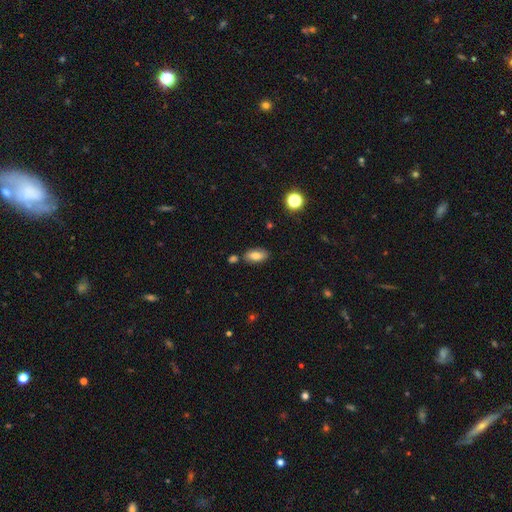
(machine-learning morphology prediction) smooth 78%, featured or disk 13%, star or artifact 9%. Down the decision tree: how rounded — in between (91%); merging — none (78%).